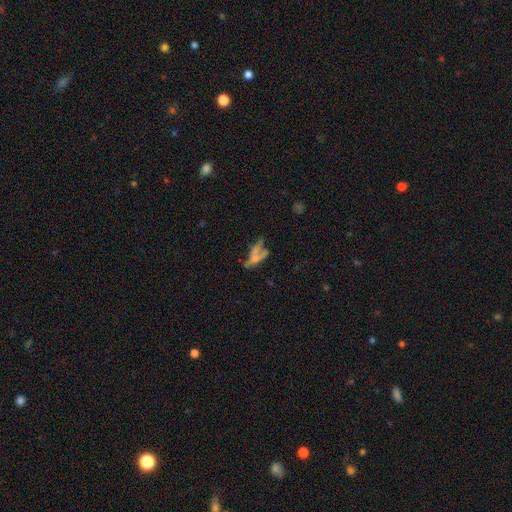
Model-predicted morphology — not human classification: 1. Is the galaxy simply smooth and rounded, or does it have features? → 44% featured or disk, 38% smooth, 18% star or artifact.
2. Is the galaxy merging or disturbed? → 36% merger, 25% none, 25% major disturbance, 13% minor disturbance.